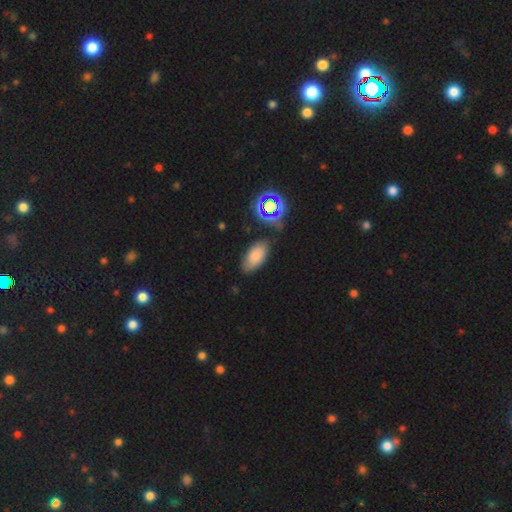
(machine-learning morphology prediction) type=smooth (72%); roundness=in between (92%); merging=none (72%).